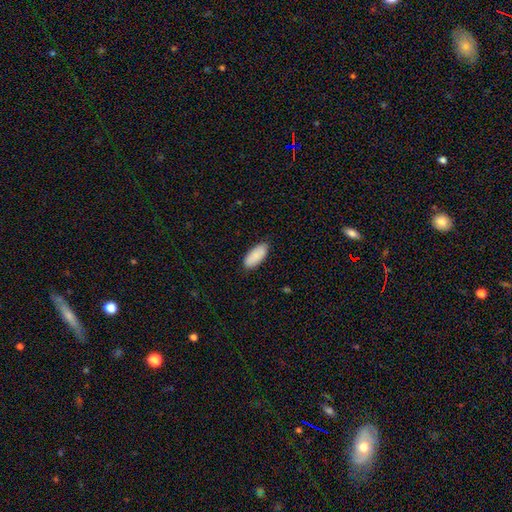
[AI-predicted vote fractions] This appears to be a smooth galaxy with no disk features (89%) that is in between round and cigar-shaped (89%). Merging: none (86%).